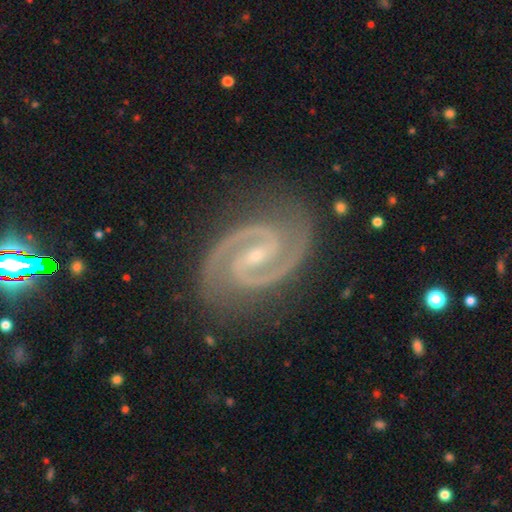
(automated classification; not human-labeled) Smooth or featured? Predicted: featured or disk (p=0.94). Edge-on disk? Predicted: no (p=0.98). Bar? Predicted: weak (p=0.41). Spiral arms? Predicted: yes (p=0.99). Spiral winding? Predicted: medium (p=0.48). Spiral arm count? Predicted: 2 (p=0.94). Bulge size? Predicted: small (p=0.74). Merging? Predicted: none (p=0.84).